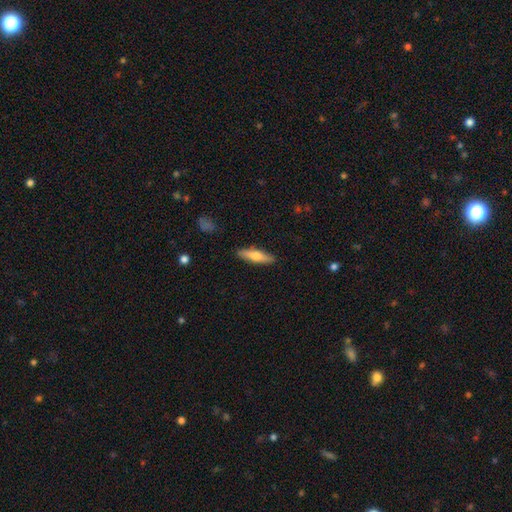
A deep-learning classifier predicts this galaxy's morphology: This is likely a smooth galaxy (61%). How rounded: likely cigar-shaped (69%). Merging: clearly none (89%).